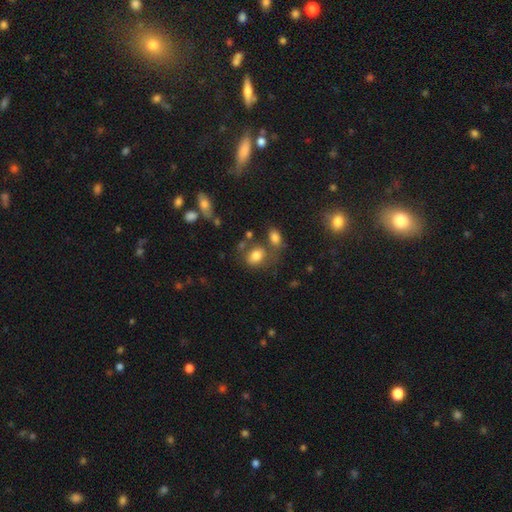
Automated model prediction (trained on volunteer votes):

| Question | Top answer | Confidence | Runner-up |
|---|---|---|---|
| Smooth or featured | smooth | 79% | featured or disk (11%) |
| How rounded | in between | 69% | round (29%) |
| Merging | none | 53% | merger (22%) |